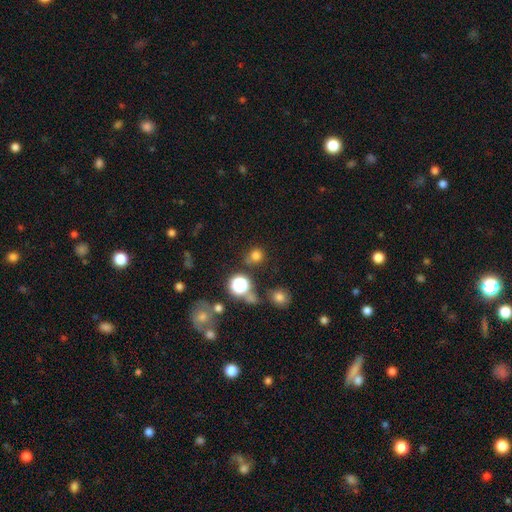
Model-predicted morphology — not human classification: type=smooth (71%); roundness=round (87%); merging=none (75%).